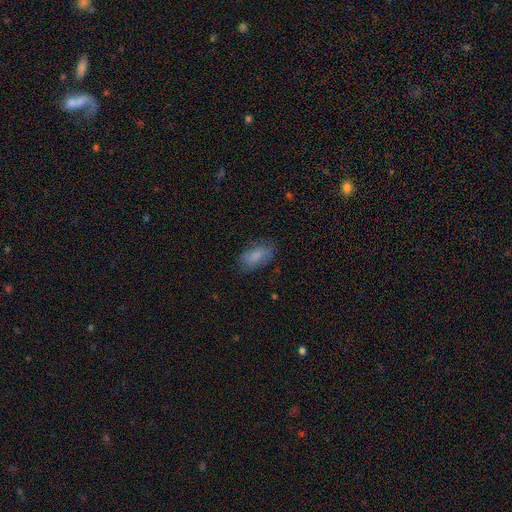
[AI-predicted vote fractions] smooth-or-featured: smooth: 72% | featured or disk: 20% | star or artifact: 8%
  how-rounded: in between: 90% | cigar-shaped: 5% | round: 5%
  merging: none: 69% | minor disturbance: 21% | major disturbance: 8% | merger: 1%